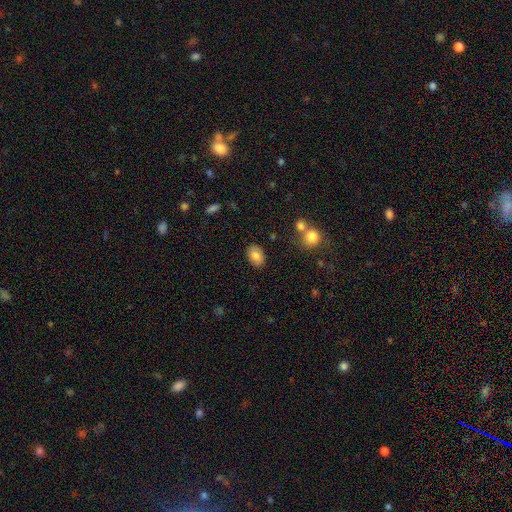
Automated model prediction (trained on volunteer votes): Morphology: type=smooth (82%); roundness=in between (86%); merging=none (86%).